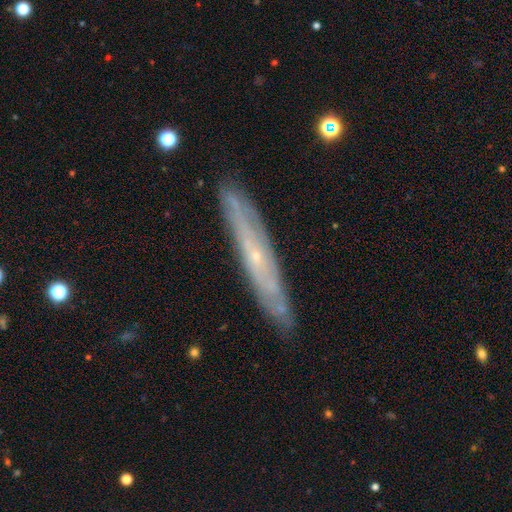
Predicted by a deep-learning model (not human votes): The model was most divided on "edge-on disk": yes: 67%, no: 33%. More confident: merging — none (86%); smooth or featured — featured or disk (72%).